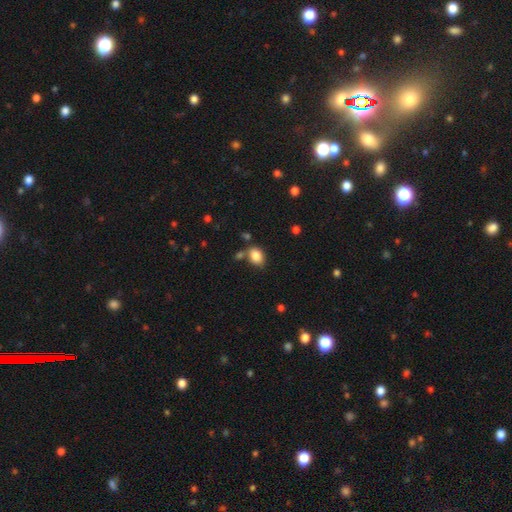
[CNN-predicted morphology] smooth-or-featured: smooth: 84% | star or artifact: 9% | featured or disk: 7%
  how-rounded: in between: 73% | round: 26% | cigar-shaped: 1%
  merging: none: 63% | minor disturbance: 17% | merger: 15% | major disturbance: 5%